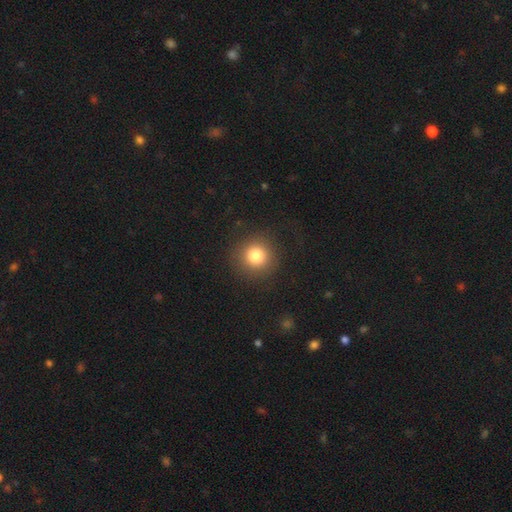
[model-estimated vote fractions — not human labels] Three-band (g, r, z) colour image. It shows a smooth galaxy with no disk features (81%) that is round (93%). Merging: none (87%).